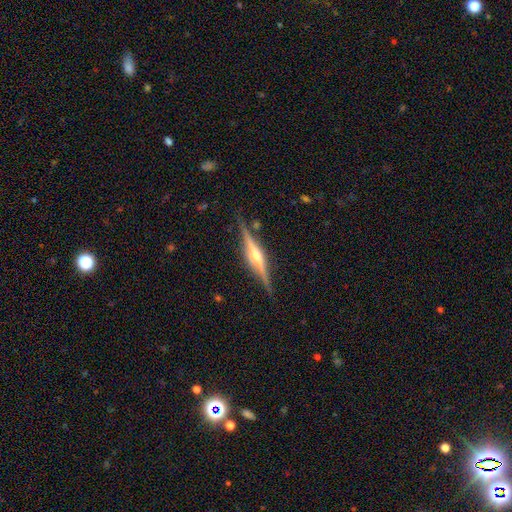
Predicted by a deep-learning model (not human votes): Smooth or featured? Predicted: featured or disk (p=0.82). Edge-on disk? Predicted: yes (p=0.98). Edge-on bulge? Predicted: rounded (p=0.82). Merging? Predicted: none (p=0.87).